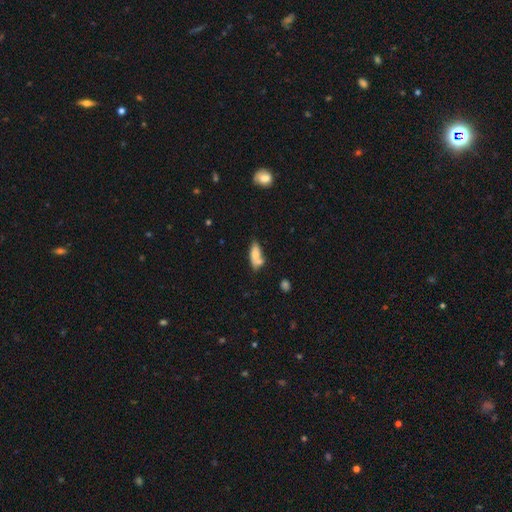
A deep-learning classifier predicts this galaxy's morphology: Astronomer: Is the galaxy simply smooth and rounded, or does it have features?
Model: smooth — 69%.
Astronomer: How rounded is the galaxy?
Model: in between — 74%.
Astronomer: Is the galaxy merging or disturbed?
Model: none — 42% (runner-up: merger, 32%).